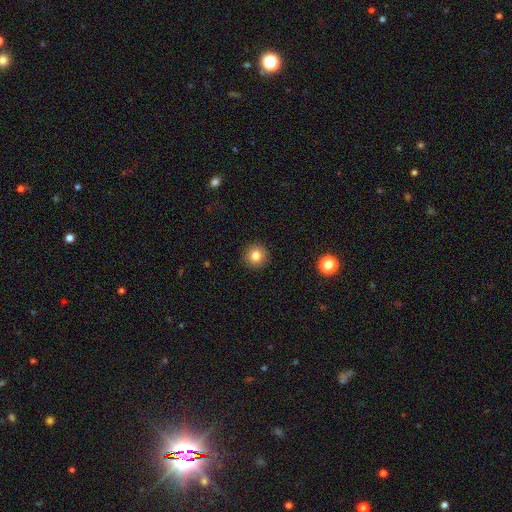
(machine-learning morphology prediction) A smooth galaxy with no disk features (81%) that is round (95%).

Vote fractions:
- Smooth or featured? smooth: 81% / star or artifact: 11% / featured or disk: 8%
- How rounded? round: 95% / in between: 4% / cigar-shaped: 1%
- Merging? none: 92% / minor disturbance: 5% / major disturbance: 2% / merger: 1%